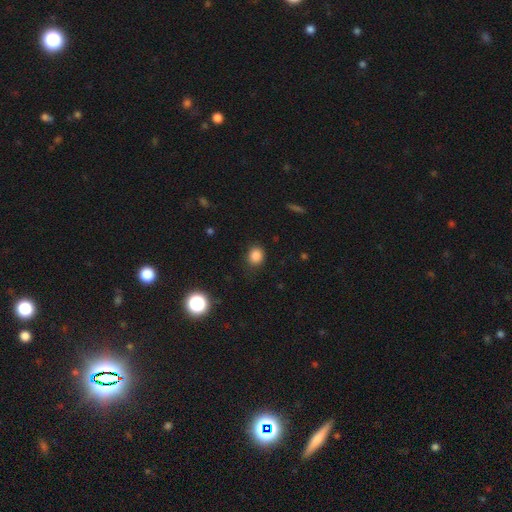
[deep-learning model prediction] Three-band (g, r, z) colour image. It shows a smooth galaxy with no disk features (84%) that is round (65%). Merging: none (84%).